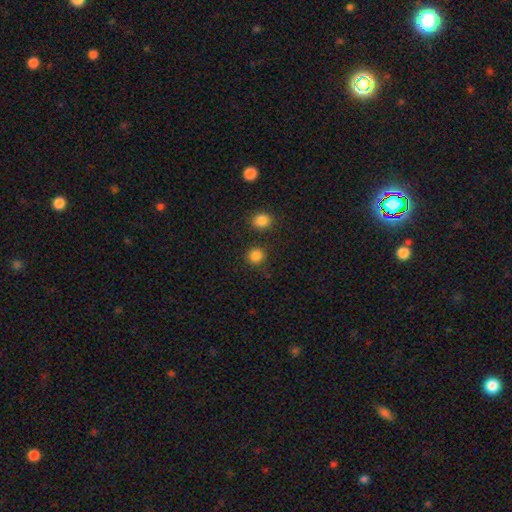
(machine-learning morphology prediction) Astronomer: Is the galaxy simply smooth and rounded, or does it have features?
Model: smooth — 85%.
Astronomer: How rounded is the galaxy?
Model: round — 91%.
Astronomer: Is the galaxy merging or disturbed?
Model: none — 85%.